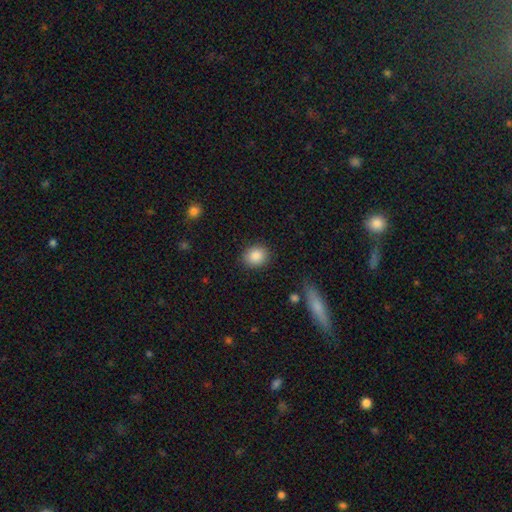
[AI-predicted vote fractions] smooth-or-featured: smooth: 88% | star or artifact: 8% | featured or disk: 4%
  how-rounded: round: 70% | in between: 29% | cigar-shaped: 1%
  merging: none: 87% | minor disturbance: 9% | major disturbance: 3% | merger: 1%